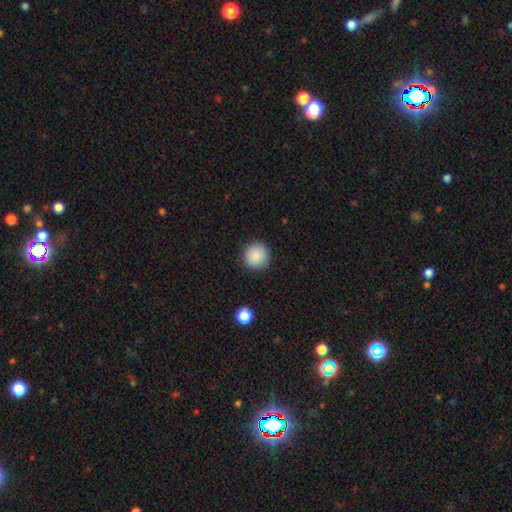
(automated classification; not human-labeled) The model was most divided on "smooth or featured": smooth: 88%, star or artifact: 9%, featured or disk: 4%. More confident: how rounded — round (96%); merging — none (92%).